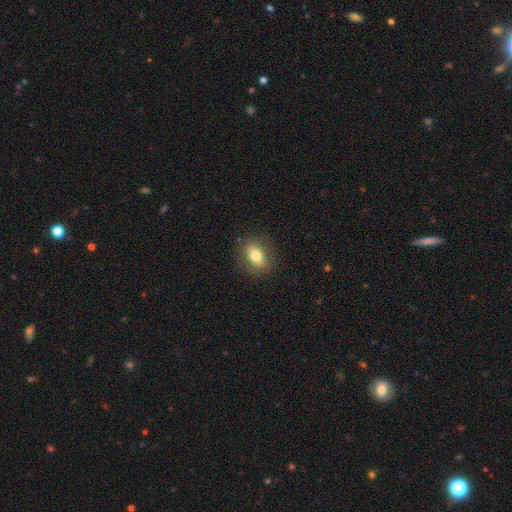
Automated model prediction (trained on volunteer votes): The model was most divided on "smooth or featured": smooth: 72%, featured or disk: 20%, star or artifact: 8%. More confident: merging — none (85%); how rounded — in between (77%).